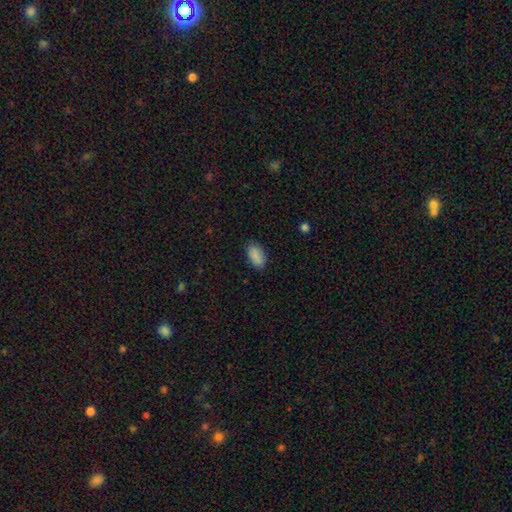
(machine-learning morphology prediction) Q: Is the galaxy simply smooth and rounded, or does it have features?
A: smooth — 88%.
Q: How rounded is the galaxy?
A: in between — 93%.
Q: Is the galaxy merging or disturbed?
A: none — 82%.